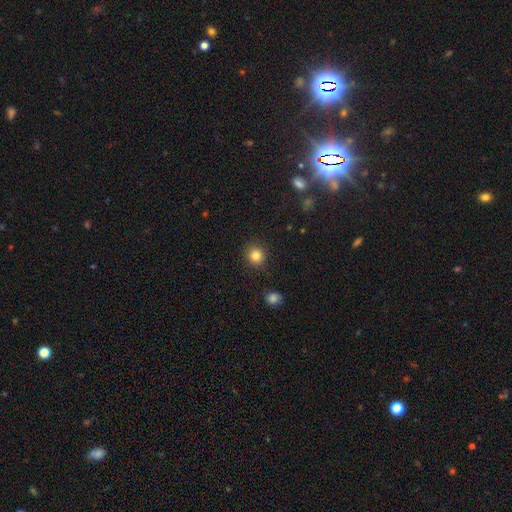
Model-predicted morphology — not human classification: smooth 84%, star or artifact 11%, featured or disk 5%. Down the decision tree: how rounded — round (91%); merging — none (91%).